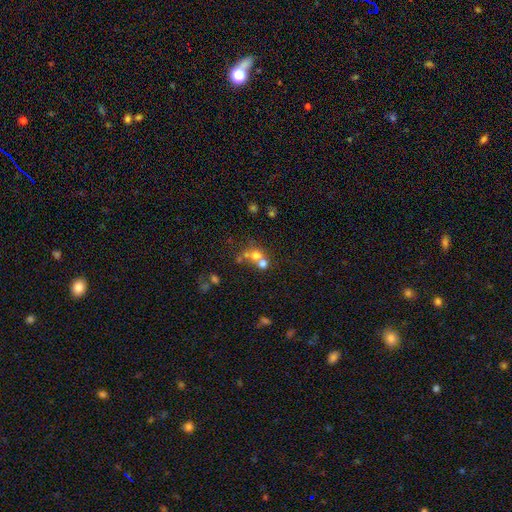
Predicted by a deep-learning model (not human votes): Smooth or featured? Predicted: smooth (p=0.62). How rounded? Predicted: round (p=0.80). Merging? Predicted: merger (p=0.52).